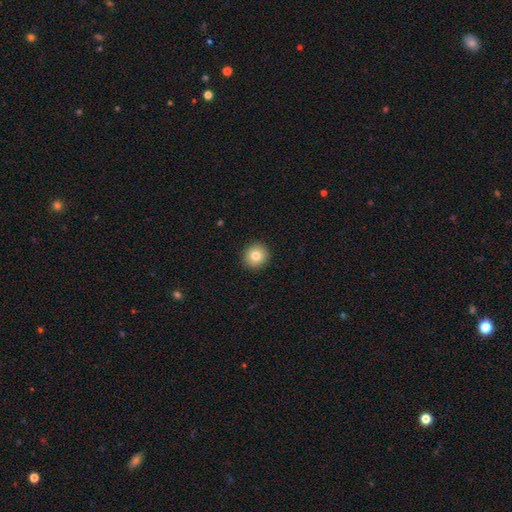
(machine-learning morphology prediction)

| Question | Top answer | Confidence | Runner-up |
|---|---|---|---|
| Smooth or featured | smooth | 81% | star or artifact (10%) |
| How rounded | round | 94% | in between (5%) |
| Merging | none | 93% | minor disturbance (5%) |